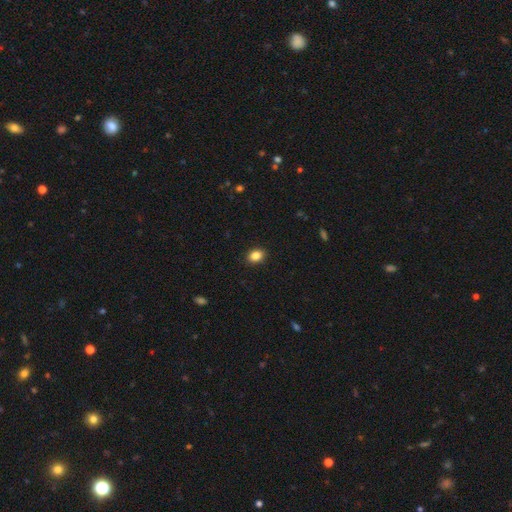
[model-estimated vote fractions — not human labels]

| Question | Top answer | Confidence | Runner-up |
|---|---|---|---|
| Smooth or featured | smooth | 86% | star or artifact (9%) |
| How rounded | in between | 66% | round (33%) |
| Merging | none | 91% | minor disturbance (7%) |